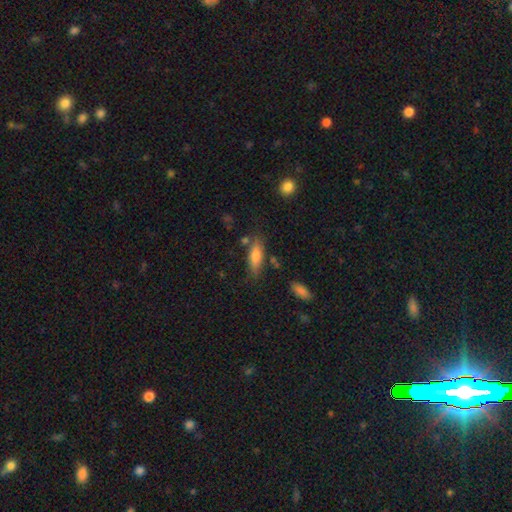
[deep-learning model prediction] A smooth galaxy with no disk features (77%) that is in between round and cigar-shaped (60%). Merging: none (70%).